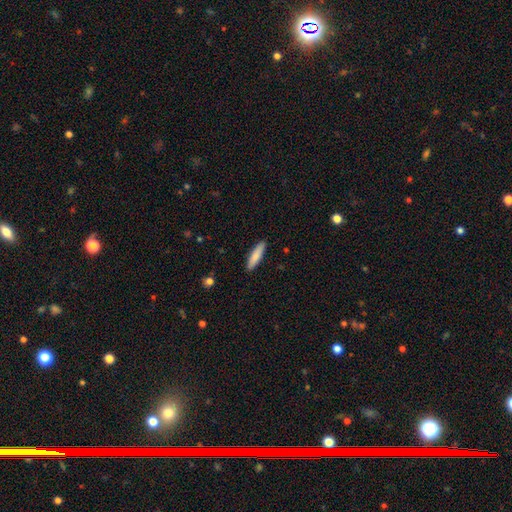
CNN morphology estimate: smooth-or-featured: smooth: 82% | featured or disk: 13% | star or artifact: 5%
  how-rounded: cigar-shaped: 77% | in between: 22% | round: 1%
  merging: none: 91% | minor disturbance: 7% | major disturbance: 1% | merger: 1%